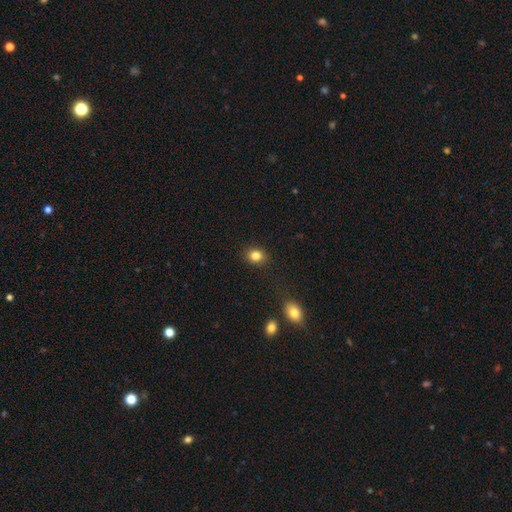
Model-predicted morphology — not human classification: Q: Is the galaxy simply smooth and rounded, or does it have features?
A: smooth — 84%.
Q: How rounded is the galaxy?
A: round — 63%.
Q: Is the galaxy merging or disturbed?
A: none — 88%.